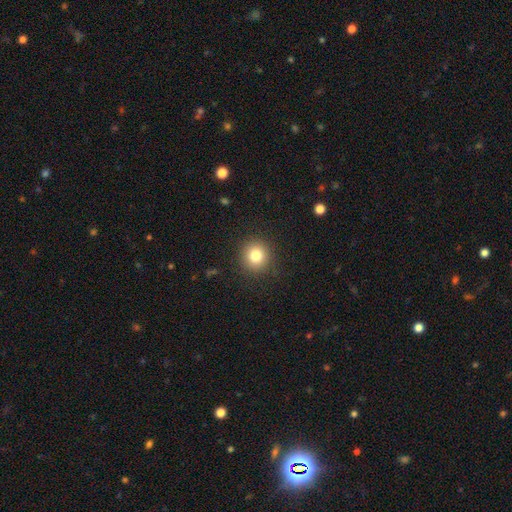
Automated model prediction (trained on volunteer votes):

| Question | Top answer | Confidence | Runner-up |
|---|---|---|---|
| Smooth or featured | smooth | 80% | star or artifact (12%) |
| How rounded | round | 91% | in between (8%) |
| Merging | none | 90% | minor disturbance (7%) |